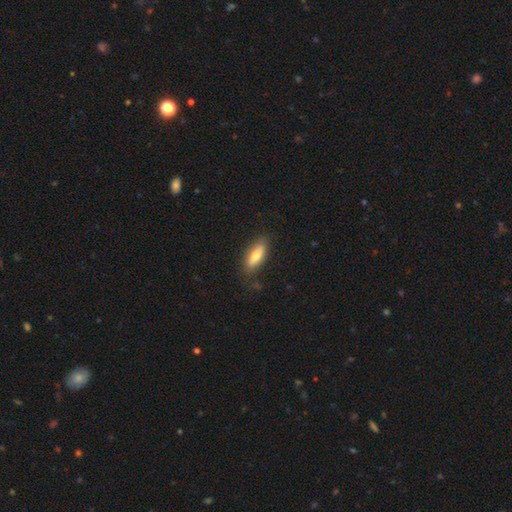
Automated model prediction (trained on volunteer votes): Smooth or featured? Predicted: smooth (p=0.75). How rounded? Predicted: in between (p=0.65). Merging? Predicted: none (p=0.80).